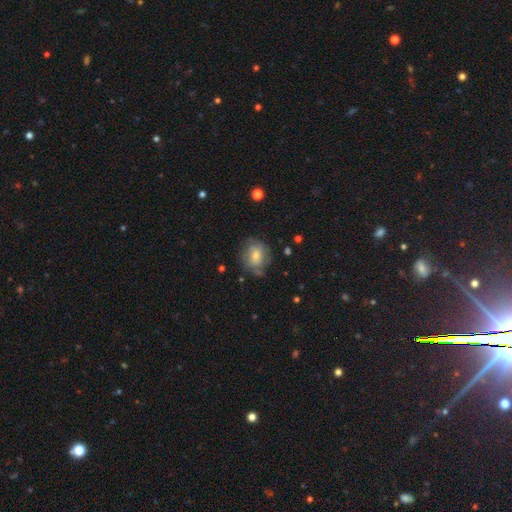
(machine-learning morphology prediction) Smooth or featured?
  - smooth: 58% *
  - featured or disk: 34%
  - star or artifact: 8%
How rounded?
  - round: 66% *
  - in between: 33%
  - cigar-shaped: 1%
Merging?
  - none: 63% *
  - minor disturbance: 24%
  - major disturbance: 10%
  - merger: 3%